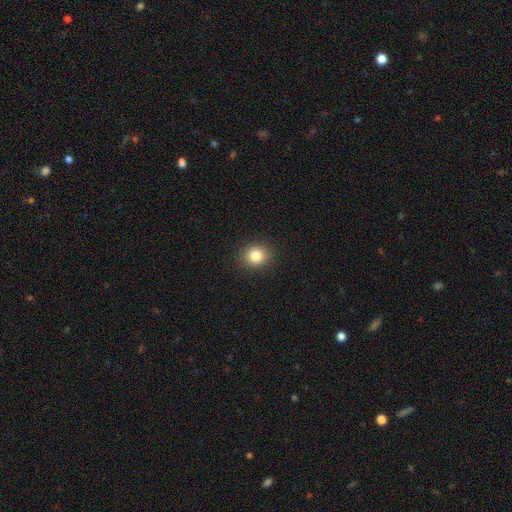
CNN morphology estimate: This appears to be a smooth galaxy with no disk features (83%) that is round (79%). Merging: none (91%).